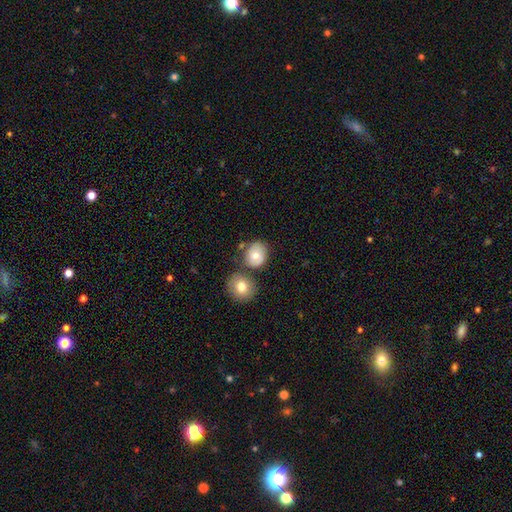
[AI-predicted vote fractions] A smooth galaxy with no disk features (72%) that is round (68%).

Vote fractions:
- Smooth or featured? smooth: 72% / featured or disk: 19% / star or artifact: 8%
- How rounded? round: 68% / in between: 31% / cigar-shaped: 1%
- Merging? none: 63% / merger: 17% / minor disturbance: 15% / major disturbance: 5%